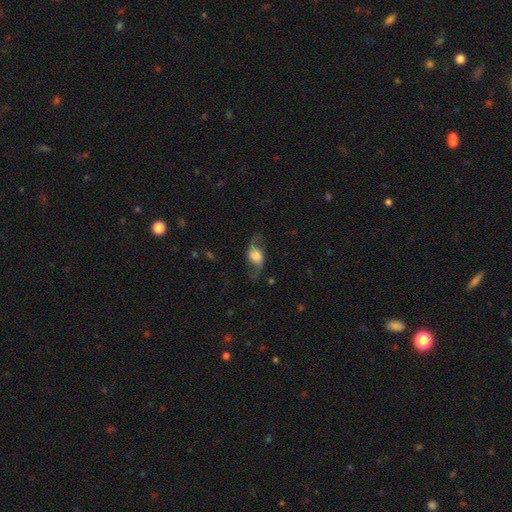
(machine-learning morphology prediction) The model was most divided on "bulge size": large: 44%, dominant: 19%, moderate: 18%, small: 11%, none: 9%. More confident: spiral arm count — 2 (93%); spiral arms — yes (92%); edge-on disk — no (92%); spiral winding — loose (80%); merging — none (70%); smooth or featured — featured or disk (67%); bar — no (58%).